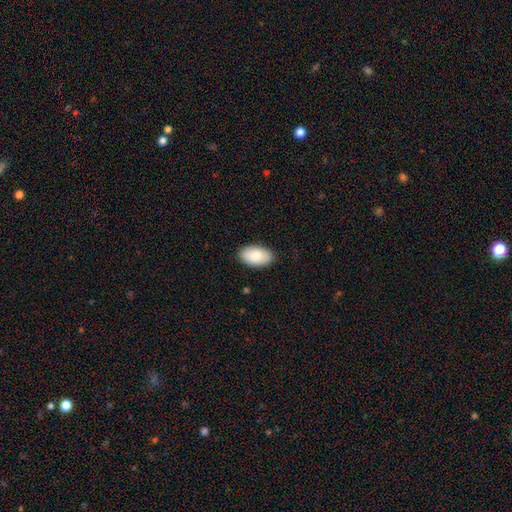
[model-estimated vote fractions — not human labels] The model was most divided on "smooth or featured": smooth: 86%, featured or disk: 8%, star or artifact: 6%. More confident: how rounded — in between (95%); merging — none (88%).